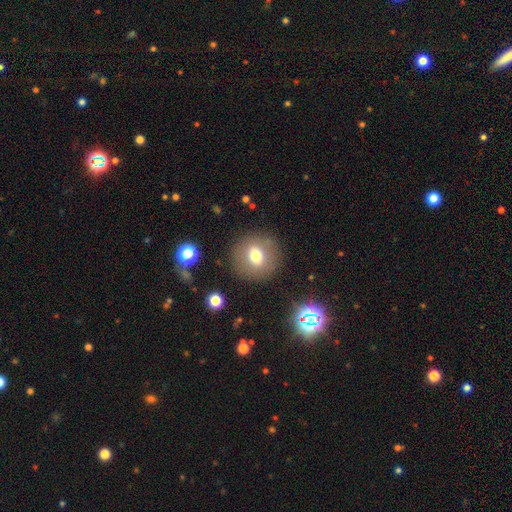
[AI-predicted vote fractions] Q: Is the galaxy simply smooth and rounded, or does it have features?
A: smooth — 66%.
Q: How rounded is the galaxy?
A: round — 88%.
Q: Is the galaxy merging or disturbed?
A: none — 86%.